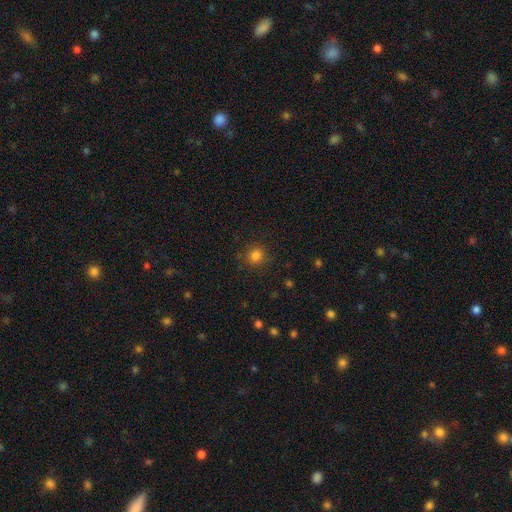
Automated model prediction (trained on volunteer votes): Smooth or featured? Predicted: smooth (p=0.82). How rounded? Predicted: round (p=0.86). Merging? Predicted: none (p=0.84).